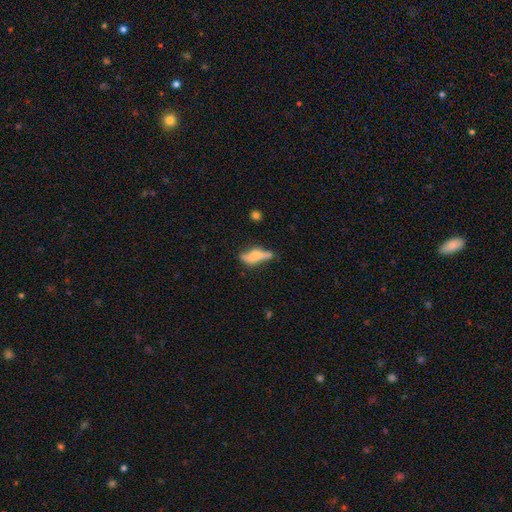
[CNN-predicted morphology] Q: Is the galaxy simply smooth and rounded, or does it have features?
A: smooth — 55%.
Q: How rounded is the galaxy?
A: cigar-shaped — 49%.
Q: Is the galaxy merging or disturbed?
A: none — 53%.